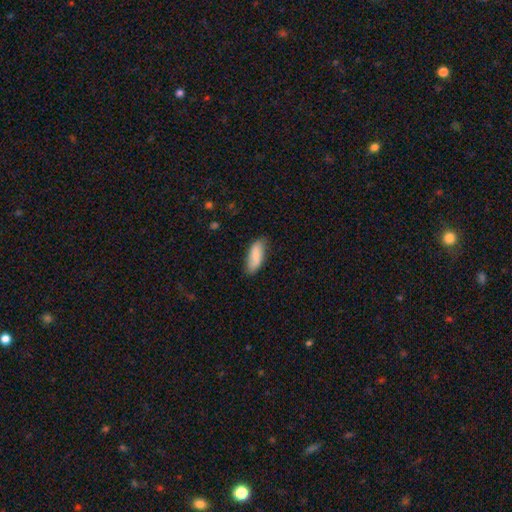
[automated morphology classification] smooth 79%, featured or disk 15%, star or artifact 6%. Down the decision tree: how rounded — in between (76%); merging — none (75%).